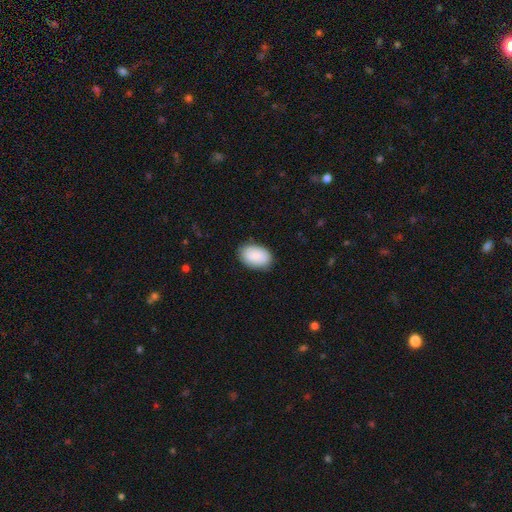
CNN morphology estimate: Smooth or featured? smooth (86%)
How rounded? in between (89%)
Merging? none (84%)